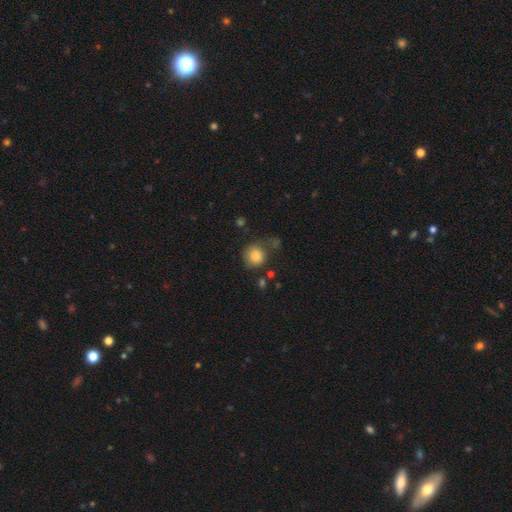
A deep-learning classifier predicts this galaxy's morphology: This is clearly a smooth galaxy (83%). How rounded: clearly round (85%). Merging: possibly none (54%).